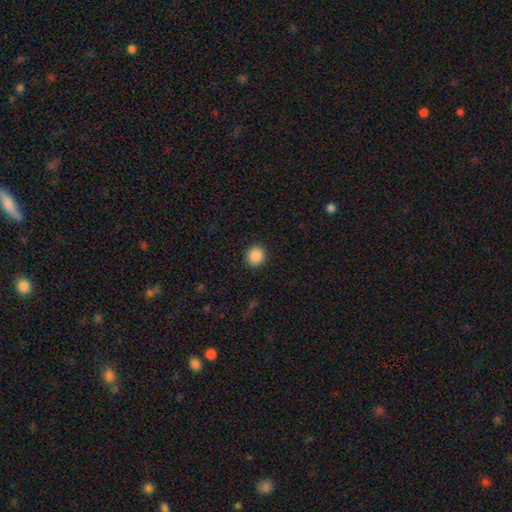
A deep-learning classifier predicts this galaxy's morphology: A smooth galaxy with no disk features (88%) that is round (86%).

Vote fractions:
- Smooth or featured? smooth: 88% / star or artifact: 9% / featured or disk: 3%
- How rounded? round: 86% / in between: 13% / cigar-shaped: 1%
- Merging? none: 92% / minor disturbance: 5% / major disturbance: 2% / merger: 1%